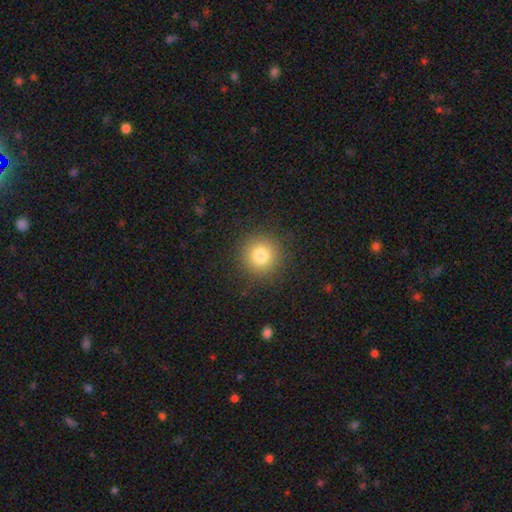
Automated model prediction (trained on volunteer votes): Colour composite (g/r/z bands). It shows a smooth galaxy with no disk features (80%) that is round (95%). Merging: none (92%).